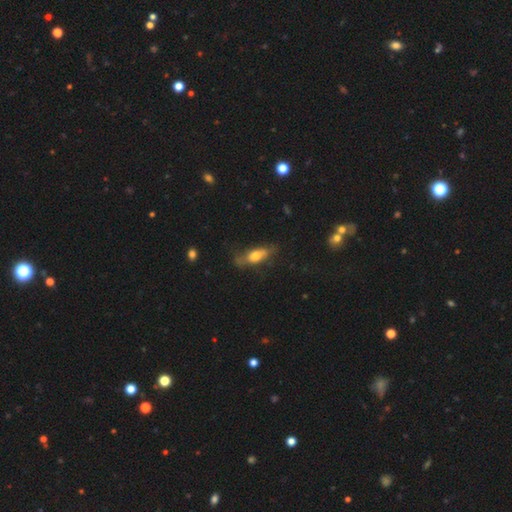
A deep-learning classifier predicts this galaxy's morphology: This is possibly a smooth galaxy (53%). How rounded: possibly in between (57%). Merging: likely none (62%).